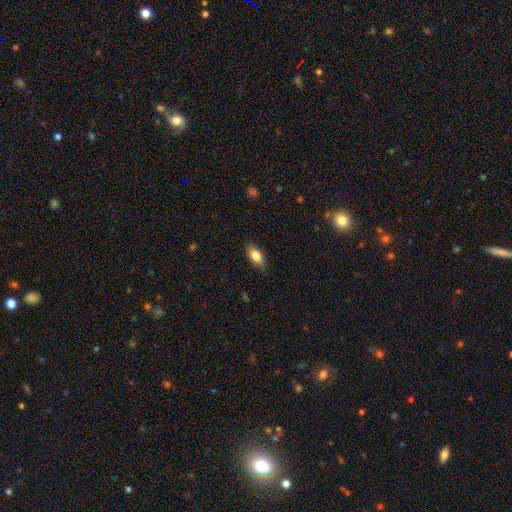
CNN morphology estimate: smooth 84%, featured or disk 9%, star or artifact 7%. Down the decision tree: how rounded — in between (89%); merging — none (85%).